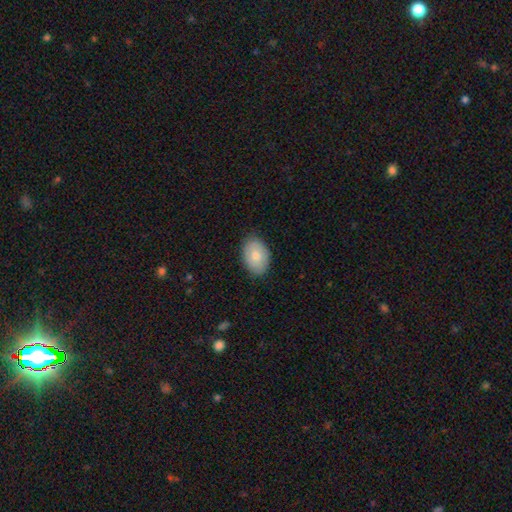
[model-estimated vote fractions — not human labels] Smooth or featured: smooth — 80% (featured or disk — 14%)
How rounded: in between — 86% (round — 13%)
Merging: none — 84% (minor disturbance — 13%)